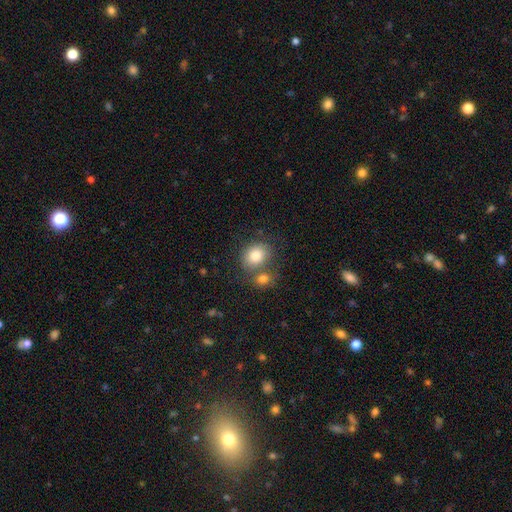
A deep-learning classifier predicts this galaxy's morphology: The model was most divided on "how rounded": round: 54%, in between: 46%, cigar-shaped: 1%. Remaining: smooth or featured — smooth (82%); merging — none (50%).